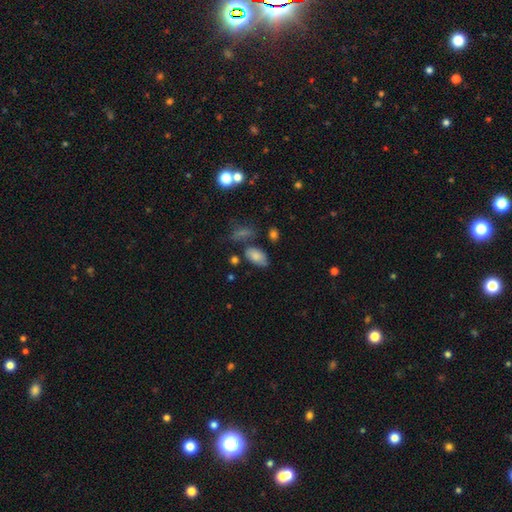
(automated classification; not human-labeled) Q: Smooth or featured?
A: smooth (80%); runner-up: featured or disk (11%)
Q: How rounded?
A: in between (92%); runner-up: round (5%)
Q: Merging?
A: none (61%); runner-up: minor disturbance (22%)